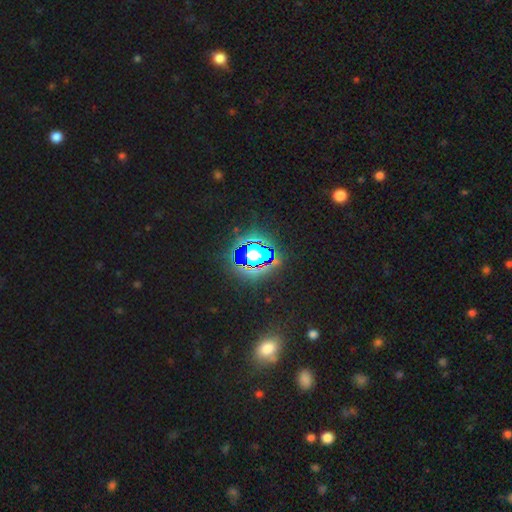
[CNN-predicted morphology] Q: Smooth or featured?
A: star or artifact (59%); runner-up: smooth (25%)